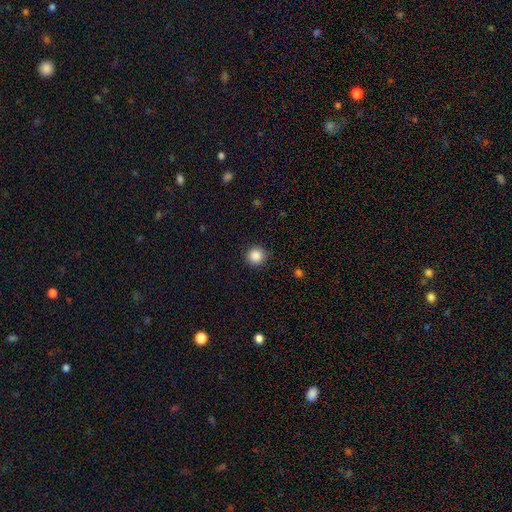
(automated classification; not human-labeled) Morphology: type=smooth (87%); roundness=round (94%); merging=none (89%).